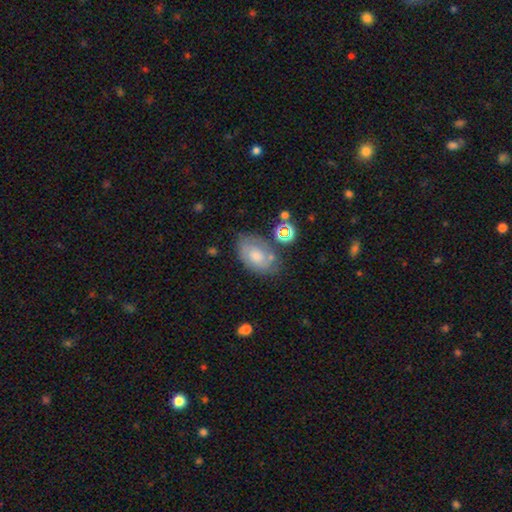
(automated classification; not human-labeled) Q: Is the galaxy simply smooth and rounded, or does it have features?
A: smooth — 57%.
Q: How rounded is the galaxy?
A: in between — 88%.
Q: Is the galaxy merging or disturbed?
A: none — 60%.